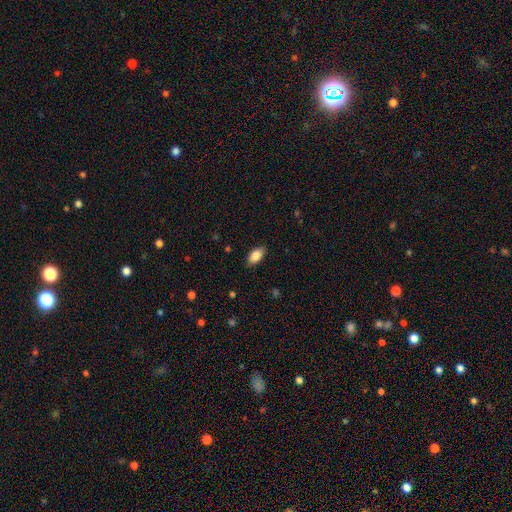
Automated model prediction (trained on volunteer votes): Overall: smooth (86%). How rounded: in between (92%). Merging: none (86%).